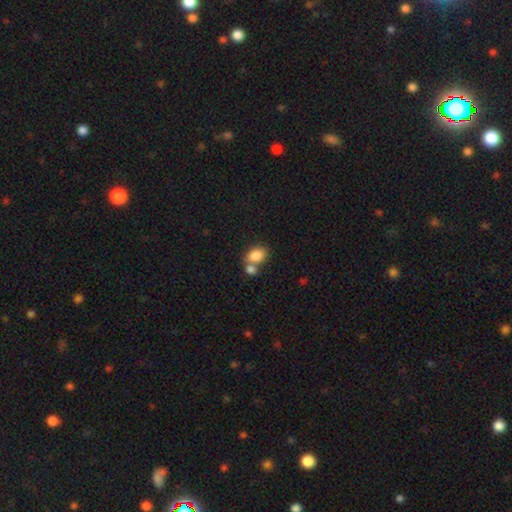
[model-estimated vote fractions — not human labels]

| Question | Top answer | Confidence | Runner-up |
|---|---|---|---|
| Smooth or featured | smooth | 85% | star or artifact (8%) |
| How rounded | in between | 79% | round (20%) |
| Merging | merger | 44% | none (42%) |